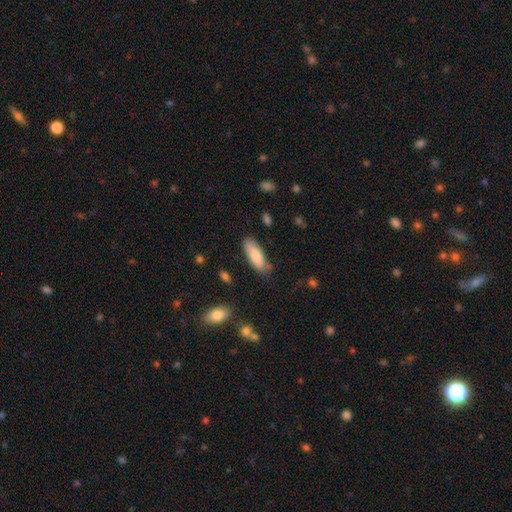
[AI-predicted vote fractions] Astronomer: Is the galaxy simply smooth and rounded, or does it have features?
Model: smooth — 81%.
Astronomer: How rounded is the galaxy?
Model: in between — 68%.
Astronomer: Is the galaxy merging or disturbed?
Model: none — 75%.